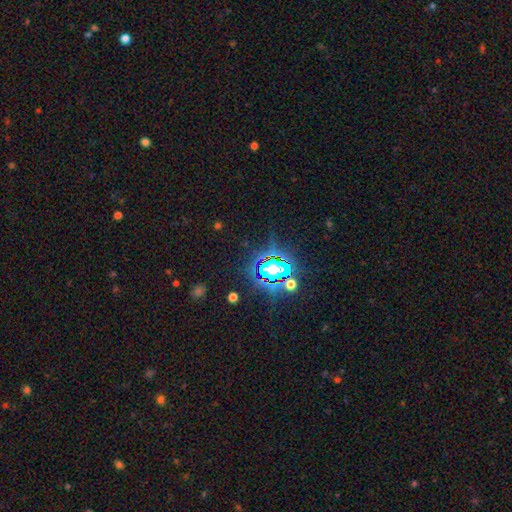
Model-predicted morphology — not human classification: star or artifact 79%, smooth 13%, featured or disk 8%.